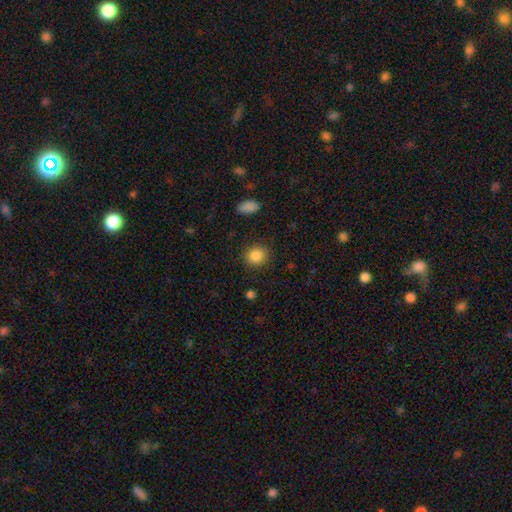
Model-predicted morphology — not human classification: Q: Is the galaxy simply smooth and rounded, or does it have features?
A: smooth — 86%.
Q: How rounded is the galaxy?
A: round — 77%.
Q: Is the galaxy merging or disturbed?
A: none — 88%.